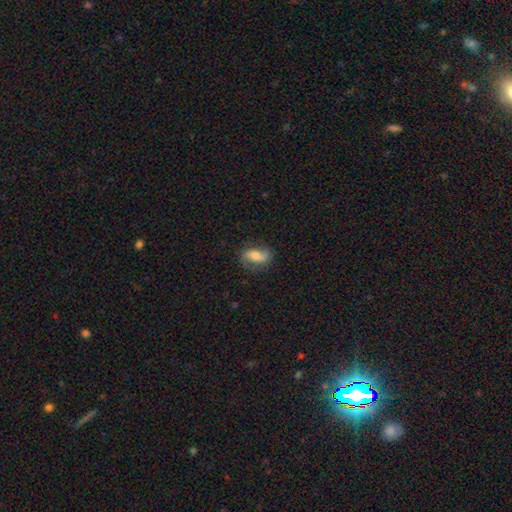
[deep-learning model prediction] smooth_or_featured: featured or disk (p=0.57) [alt: smooth p=0.35]
disk_edge_on: no (p=0.93) [alt: yes p=0.07]
bar: no (p=0.41) [alt: weak p=0.33]
has_spiral_arms: yes (p=0.87) [alt: no p=0.13]
bulge_size: moderate (p=0.58) [alt: small p=0.25]
merging: none (p=0.76) [alt: minor disturbance p=0.17]